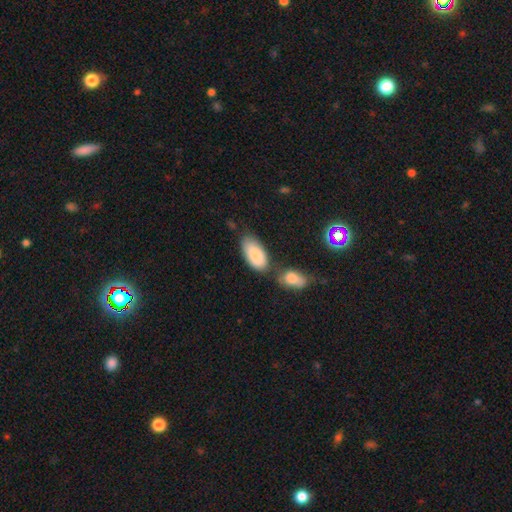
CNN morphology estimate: Smooth or featured? Predicted: smooth (p=0.85). How rounded? Predicted: in between (p=0.93). Merging? Predicted: none (p=0.51).